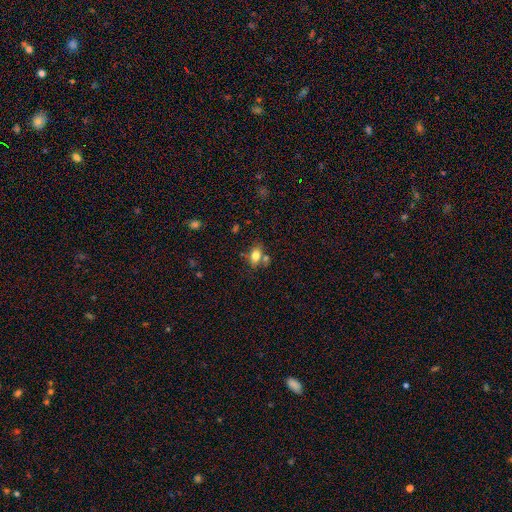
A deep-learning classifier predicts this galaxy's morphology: type=smooth (76%); roundness=in between (80%); merging=none (60%).